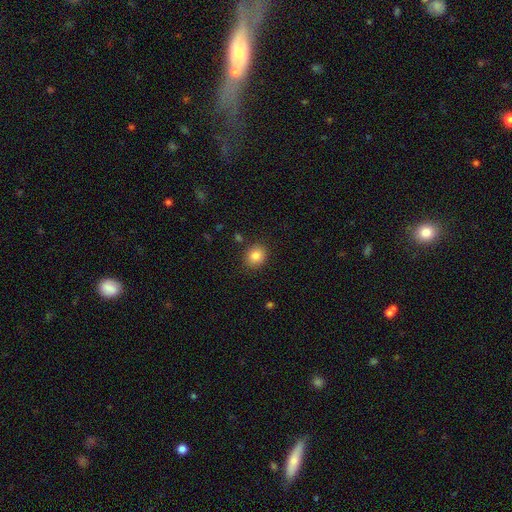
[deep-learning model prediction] smooth-or-featured: smooth: 84% | star or artifact: 10% | featured or disk: 6%
  how-rounded: round: 72% | in between: 27% | cigar-shaped: 1%
  merging: none: 87% | minor disturbance: 9% | major disturbance: 3% | merger: 2%